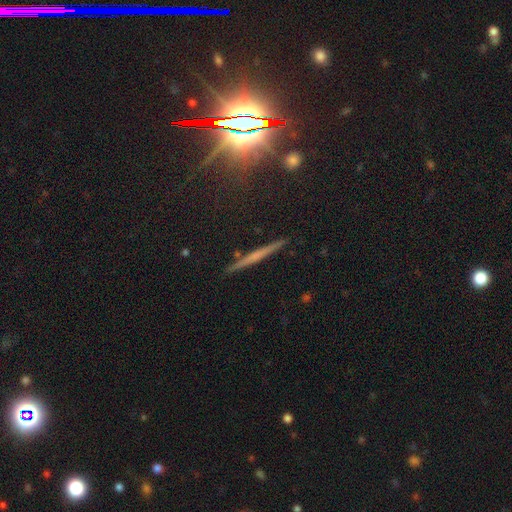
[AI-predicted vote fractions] A featured or disk galaxy (54%) viewed edge-on (97%) with no central bulge (68%). Merging: none (89%).